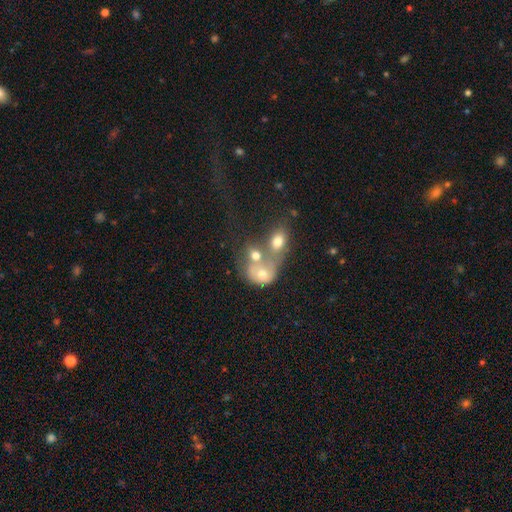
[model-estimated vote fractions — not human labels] Smooth or featured: smooth — 61% (featured or disk — 27%)
How rounded: round — 50% (in between — 49%)
Merging: merger — 65% (none — 19%)